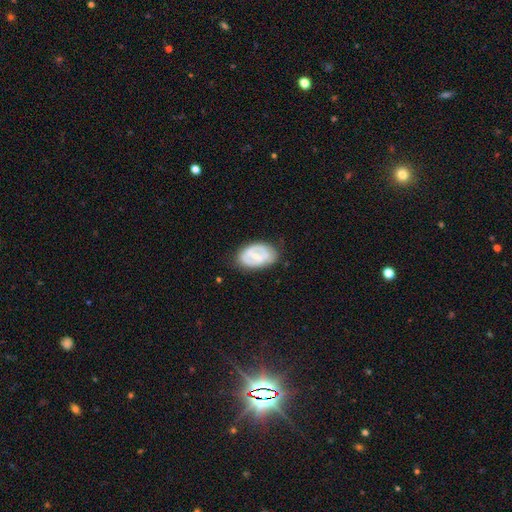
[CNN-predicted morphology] Smooth or featured? featured or disk (60%)
Edge-on disk? no (95%)
Bar? weak (40%)
Spiral arms? no (64%)
Bulge size? small (51%)
Merging? none (70%)